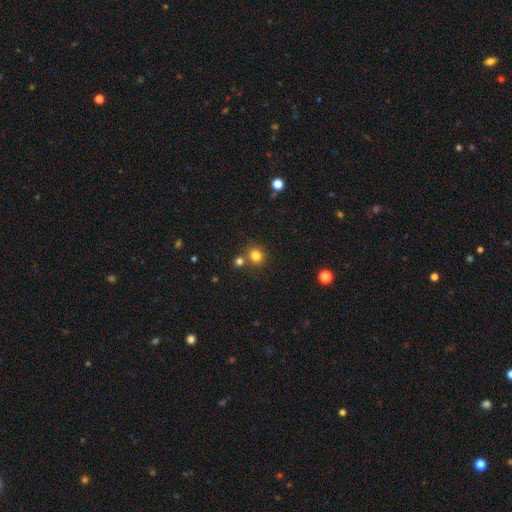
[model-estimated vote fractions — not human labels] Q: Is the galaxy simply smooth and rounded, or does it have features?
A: smooth — 80%.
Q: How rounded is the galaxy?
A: round — 84%.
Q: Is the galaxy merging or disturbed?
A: none — 68%.